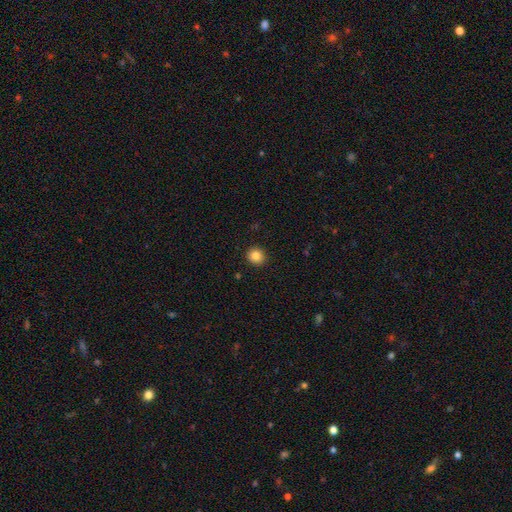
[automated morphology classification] smooth-or-featured: smooth: 85% | star or artifact: 10% | featured or disk: 5%
  how-rounded: round: 88% | in between: 11% | cigar-shaped: 1%
  merging: none: 92% | minor disturbance: 5% | major disturbance: 2% | merger: 1%